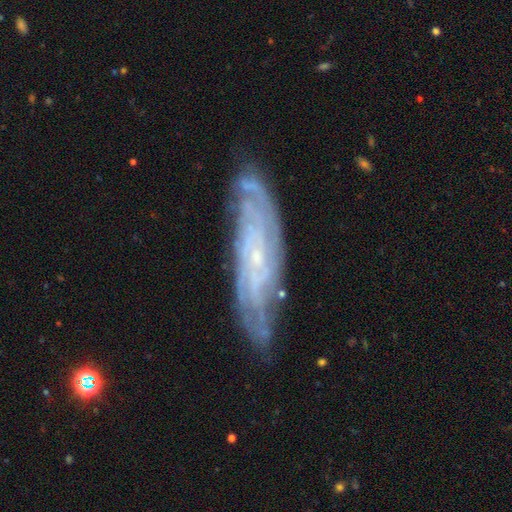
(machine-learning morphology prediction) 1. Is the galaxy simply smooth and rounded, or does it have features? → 86% featured or disk, 8% smooth, 6% star or artifact.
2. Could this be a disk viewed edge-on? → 84% no, 16% yes.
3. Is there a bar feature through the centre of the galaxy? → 68% no, 24% weak, 8% strong.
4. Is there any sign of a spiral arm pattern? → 97% yes, 3% no.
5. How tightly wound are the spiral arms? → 71% tight, 24% medium, 5% loose.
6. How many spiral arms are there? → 35% can't tell, 19% 4, 16% 3, 15% 2, 10% more than 4, 6% 1.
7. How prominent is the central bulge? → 85% small, 9% moderate, 4% none, 1% large, 1% dominant.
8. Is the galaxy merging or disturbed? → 77% none, 17% minor disturbance, 4% major disturbance, 2% merger.